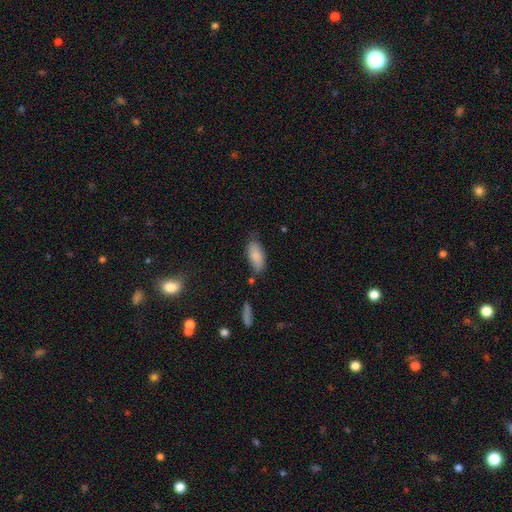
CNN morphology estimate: Q: Smooth or featured?
A: smooth (85%); runner-up: featured or disk (9%)
Q: How rounded?
A: in between (88%); runner-up: cigar-shaped (10%)
Q: Merging?
A: none (69%); runner-up: minor disturbance (22%)